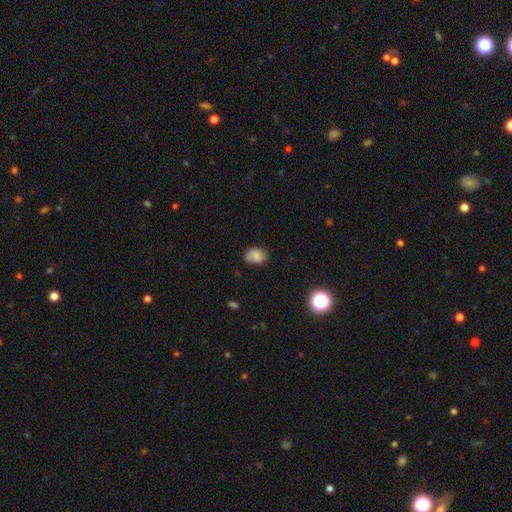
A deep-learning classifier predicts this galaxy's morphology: Smooth or featured? smooth (77%)
How rounded? in between (69%)
Merging? none (64%)